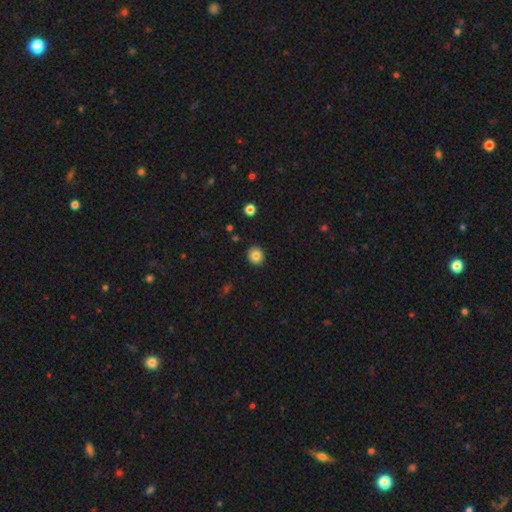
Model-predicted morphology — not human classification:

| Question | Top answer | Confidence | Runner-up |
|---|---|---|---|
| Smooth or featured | smooth | 82% | star or artifact (10%) |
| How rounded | round | 82% | in between (17%) |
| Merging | none | 90% | minor disturbance (7%) |